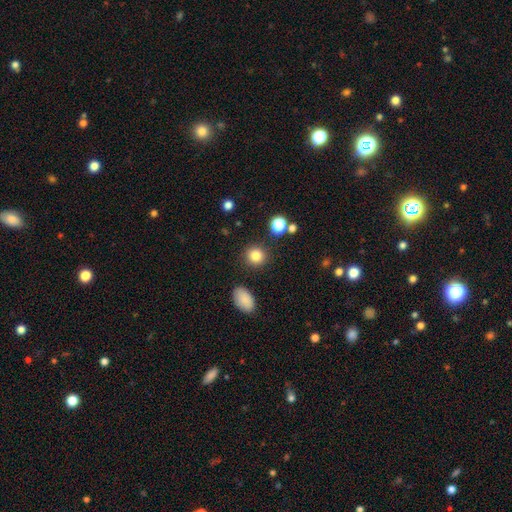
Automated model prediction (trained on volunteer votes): Smooth or featured? Predicted: smooth (p=0.83). How rounded? Predicted: round (p=0.86). Merging? Predicted: none (p=0.87).